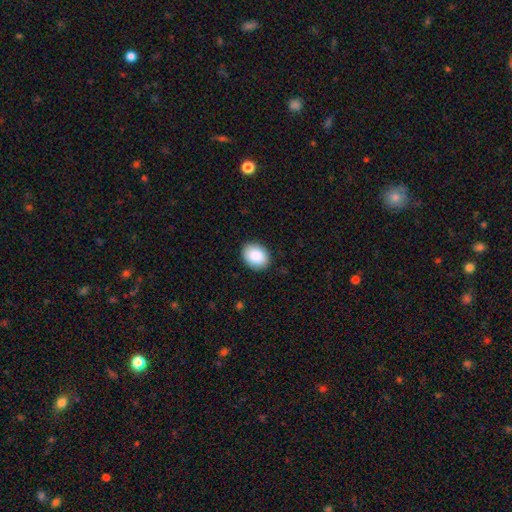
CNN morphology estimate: Smooth or featured? smooth (88%)
How rounded? in between (64%)
Merging? none (89%)